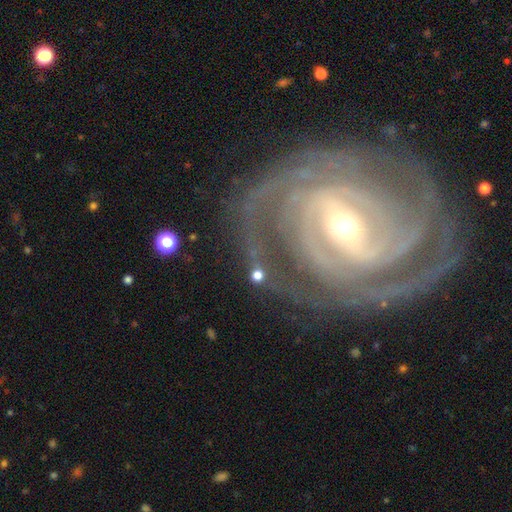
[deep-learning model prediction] The model was most divided on "spiral arm count" (2-way tie): 2: 23%, 3: 23%, 4: 21%, can't tell: 18%, more than 4: 9%, 1: 7%. Remaining: spiral arms — yes (98%); edge-on disk — no (97%); smooth or featured — featured or disk (91%); merging — none (75%); spiral winding — tight (71%); bulge size — small (64%); bar — strong (43%).